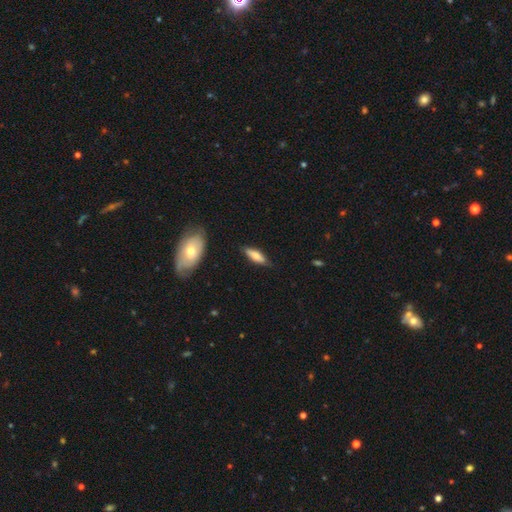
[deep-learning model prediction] Smooth or featured?
  - smooth: 68% *
  - featured or disk: 26%
  - star or artifact: 6%
How rounded?
  - cigar-shaped: 50% *
  - in between: 47%
  - round: 2%
Merging?
  - none: 75% *
  - minor disturbance: 20%
  - major disturbance: 4%
  - merger: 2%